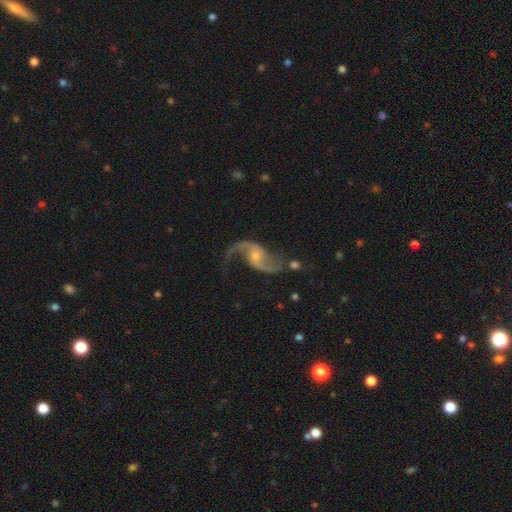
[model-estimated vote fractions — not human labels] This appears to be a featured or disk galaxy (91%) with no bar (57%), 2 (93%) loose (79%) spiral arms (97%) and a small central bulge (57%). Merging: none (69%).